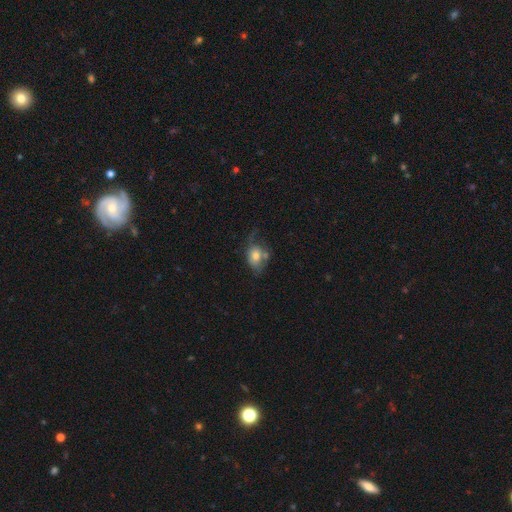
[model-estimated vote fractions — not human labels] smooth-or-featured: smooth: 68% | featured or disk: 23% | star or artifact: 9%
  how-rounded: in between: 66% | round: 32% | cigar-shaped: 2%
  merging: none: 35% | minor disturbance: 28% | major disturbance: 21% | merger: 15%